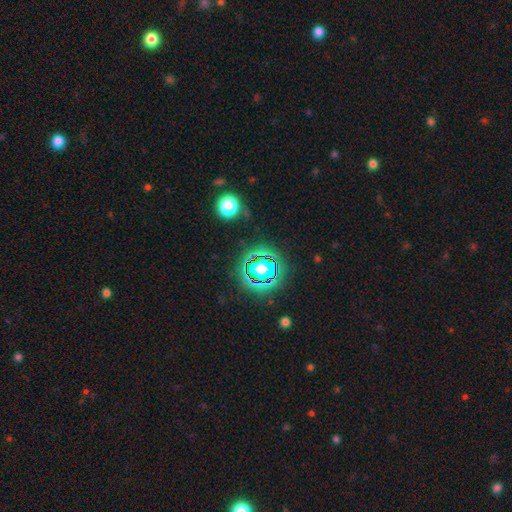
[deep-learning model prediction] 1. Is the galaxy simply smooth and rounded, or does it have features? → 81% star or artifact, 12% smooth, 8% featured or disk.